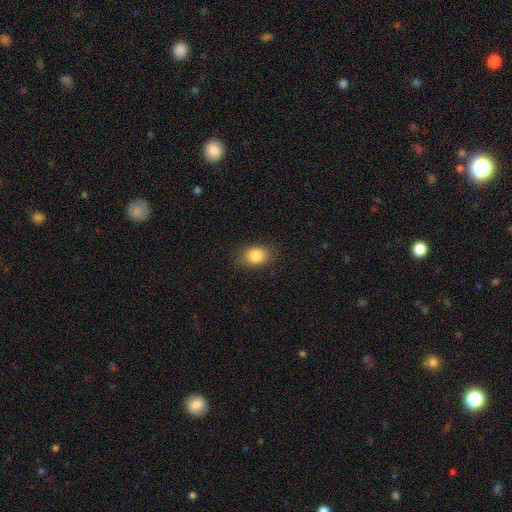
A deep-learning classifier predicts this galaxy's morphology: A smooth galaxy with no disk features (84%) that is in between round and cigar-shaped (70%). Merging: none (85%).